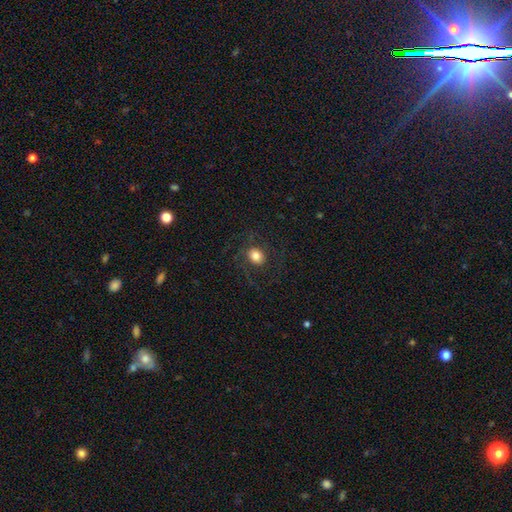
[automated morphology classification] The model was most divided on "how rounded": round: 61%, in between: 38%, cigar-shaped: 1%. More confident: merging — none (73%); smooth or featured — smooth (67%).